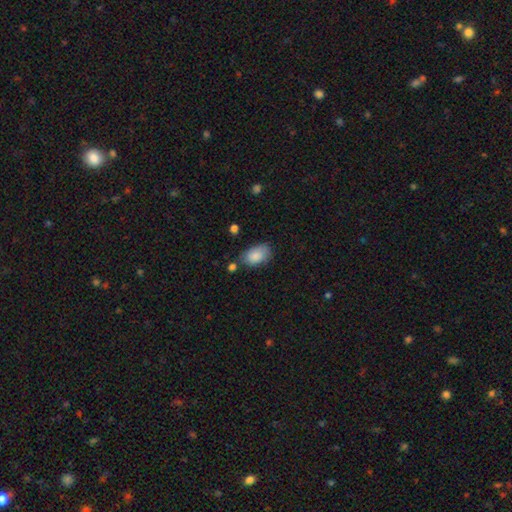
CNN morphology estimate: Smooth or featured: smooth — 85% (featured or disk — 8%)
How rounded: in between — 92% (round — 7%)
Merging: none — 62% (minor disturbance — 25%)